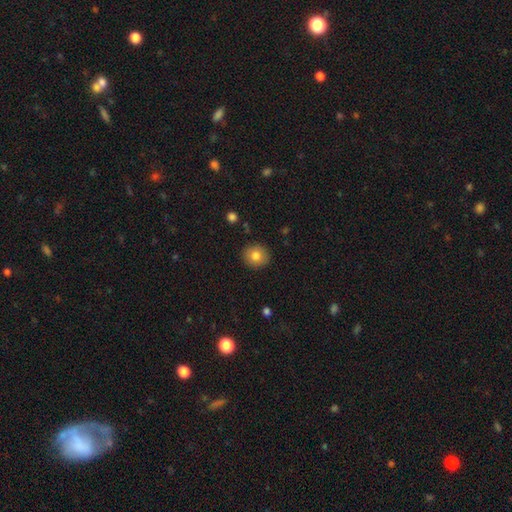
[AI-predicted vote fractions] The model was most divided on "how rounded": round: 83%, in between: 16%, cigar-shaped: 1%. More confident: merging — none (90%); smooth or featured — smooth (80%).